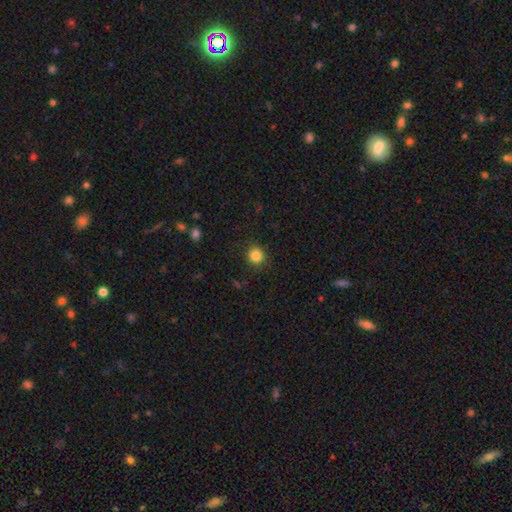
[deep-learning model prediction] Smooth or featured: smooth — 84% (star or artifact — 11%)
How rounded: round — 90% (in between — 10%)
Merging: none — 88% (minor disturbance — 8%)